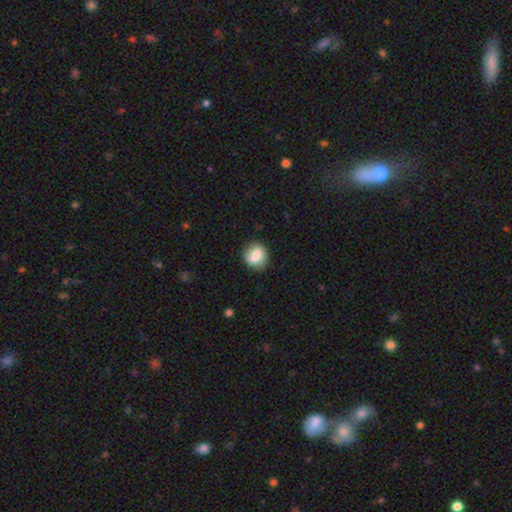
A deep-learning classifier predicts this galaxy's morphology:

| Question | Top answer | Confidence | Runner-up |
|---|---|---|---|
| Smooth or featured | smooth | 77% | featured or disk (15%) |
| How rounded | round | 80% | in between (19%) |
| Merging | none | 83% | minor disturbance (12%) |